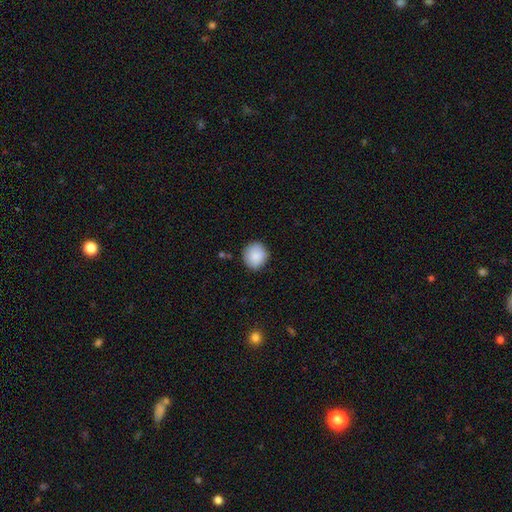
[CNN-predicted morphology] Smooth or featured? smooth (89%)
How rounded? round (88%)
Merging? none (87%)